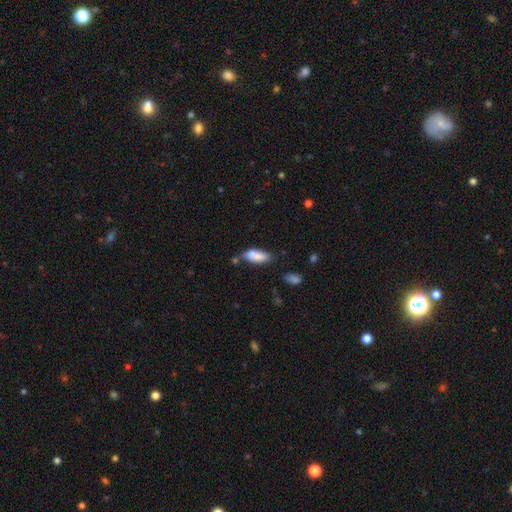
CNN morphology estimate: smooth 80%, featured or disk 12%, star or artifact 7%. Down the decision tree: how rounded — in between (74%); merging — none (48%).